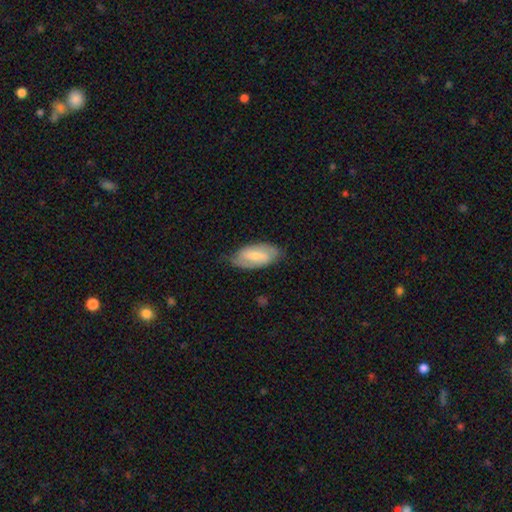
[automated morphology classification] Smooth or featured: featured or disk — 49% (smooth — 45%)
Merging: none — 72% (minor disturbance — 22%)